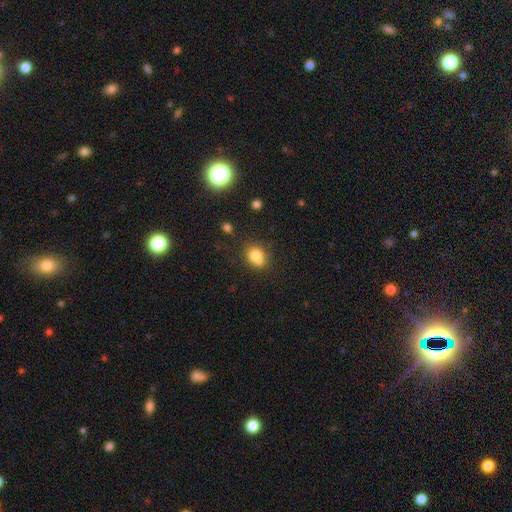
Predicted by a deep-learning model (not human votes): A smooth galaxy with no disk features (76%) that is round (54%).

Vote fractions:
- Smooth or featured? smooth: 76% / featured or disk: 12% / star or artifact: 12%
- How rounded? round: 54% / in between: 45% / cigar-shaped: 1%
- Merging? none: 54% / minor disturbance: 20% / merger: 20% / major disturbance: 6%